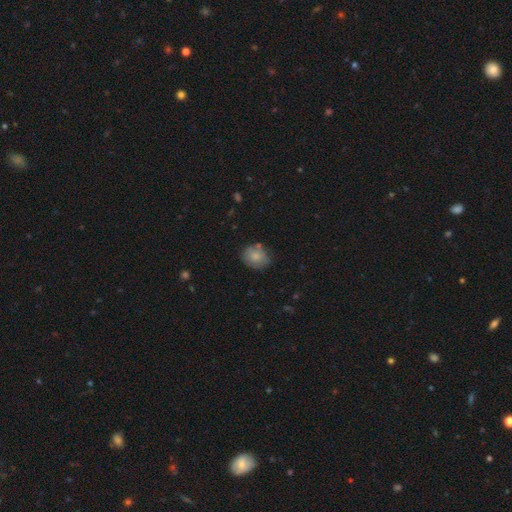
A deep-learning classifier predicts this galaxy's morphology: smooth 78%, featured or disk 14%, star or artifact 8%. Down the decision tree: how rounded — round (55%); merging — none (67%).